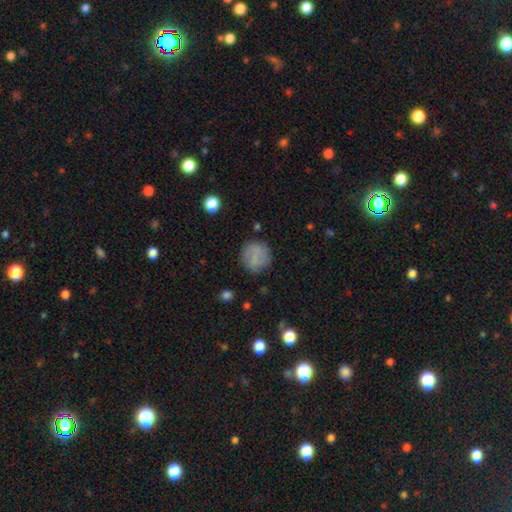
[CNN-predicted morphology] This appears to be a smooth galaxy with no disk features (72%) that is round (86%). Merging: none (78%).